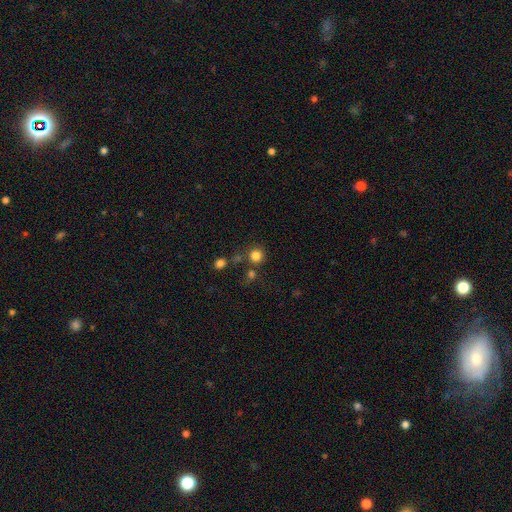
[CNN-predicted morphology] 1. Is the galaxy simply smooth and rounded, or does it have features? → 81% smooth, 14% star or artifact, 6% featured or disk.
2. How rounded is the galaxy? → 92% round, 7% in between, 1% cigar-shaped.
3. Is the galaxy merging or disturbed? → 74% none, 13% merger, 9% minor disturbance, 4% major disturbance.